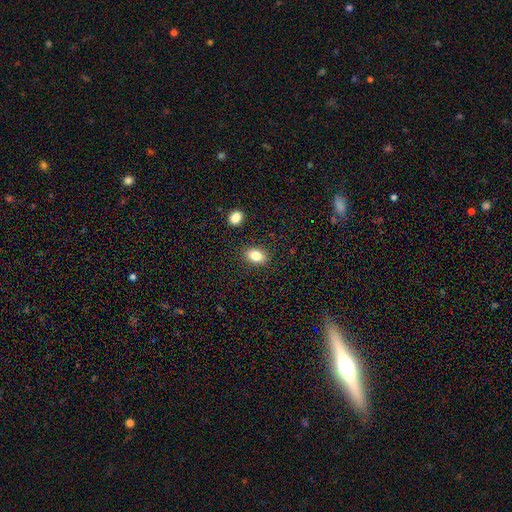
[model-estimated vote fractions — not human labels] smooth_or_featured: smooth (p=0.83) [alt: star or artifact p=0.09]
how_rounded: in between (p=0.78) [alt: round p=0.20]
merging: none (p=0.86) [alt: minor disturbance p=0.09]